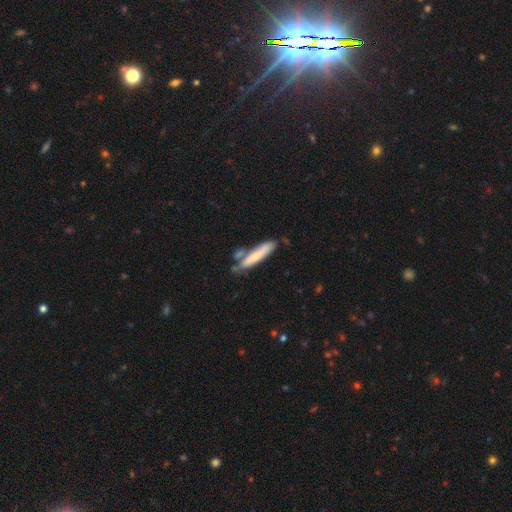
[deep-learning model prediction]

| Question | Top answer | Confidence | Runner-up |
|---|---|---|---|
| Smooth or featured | smooth | 62% | featured or disk (33%) |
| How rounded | cigar-shaped | 84% | in between (14%) |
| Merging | none | 57% | minor disturbance (19%) |